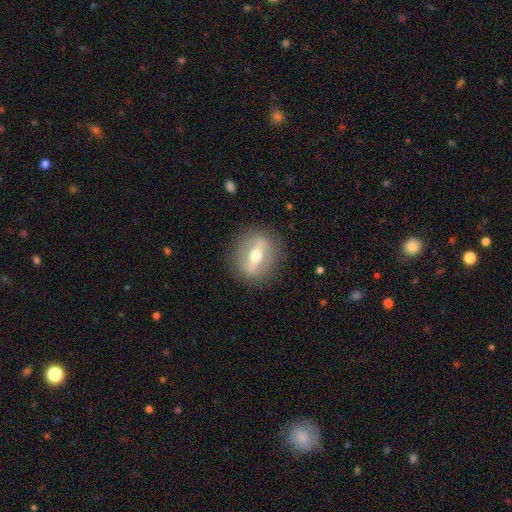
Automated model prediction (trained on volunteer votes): Smooth or featured: featured or disk — 67% (smooth — 26%)
Edge-on disk: no — 64% (yes — 36%)
Merging: none — 86% (minor disturbance — 9%)